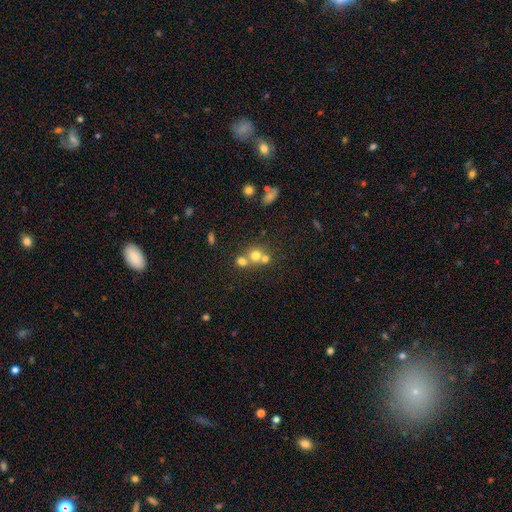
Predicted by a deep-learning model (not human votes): Smooth or featured?
  - smooth: 67% *
  - featured or disk: 16%
  - star or artifact: 16%
How rounded?
  - round: 83% *
  - in between: 16%
  - cigar-shaped: 1%
Merging?
  - merger: 52% *
  - none: 39%
  - minor disturbance: 6%
  - major disturbance: 3%